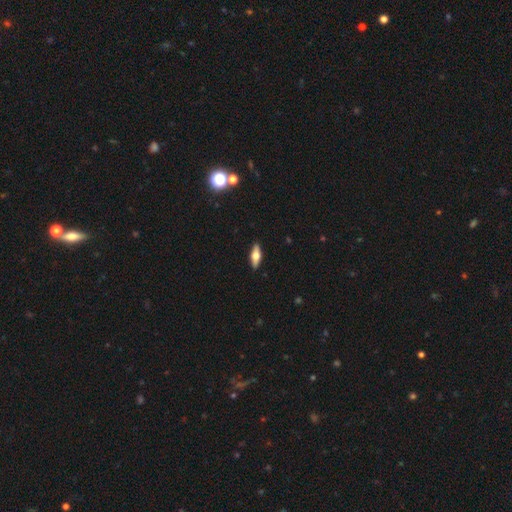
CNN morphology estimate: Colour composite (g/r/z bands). It shows a featured or disk galaxy (47%). Merging: none (91%).